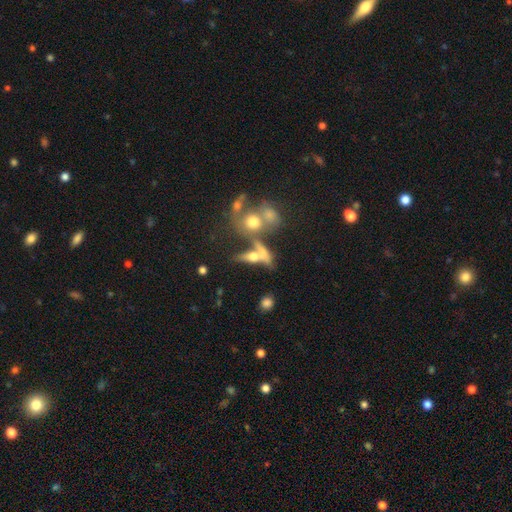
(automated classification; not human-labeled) Smooth or featured: smooth — 48% (featured or disk — 38%)
Merging: merger — 44% (none — 33%)